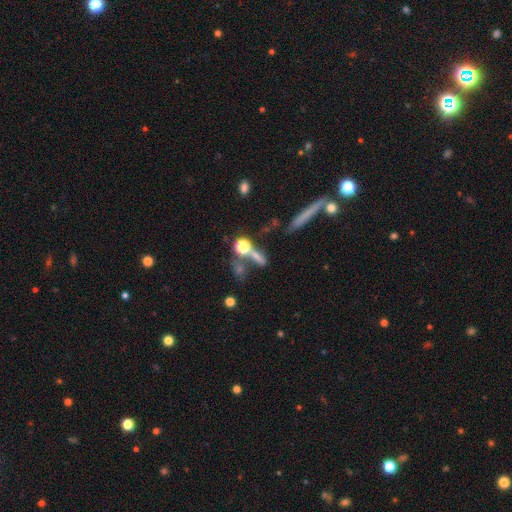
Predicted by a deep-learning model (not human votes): Q: Smooth or featured?
A: smooth (58%); runner-up: star or artifact (23%)
Q: How rounded?
A: cigar-shaped (38%); runner-up: round (33%)
Q: Merging?
A: none (44%); runner-up: merger (31%)